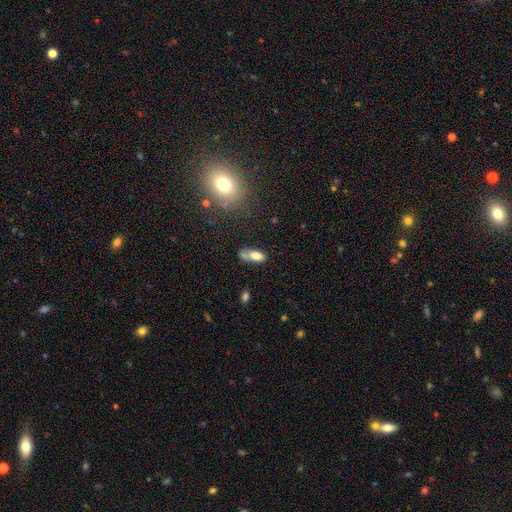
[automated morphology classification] Smooth or featured: smooth — 74% (featured or disk — 16%)
How rounded: in between — 82% (cigar-shaped — 13%)
Merging: merger — 36% (none — 34%)